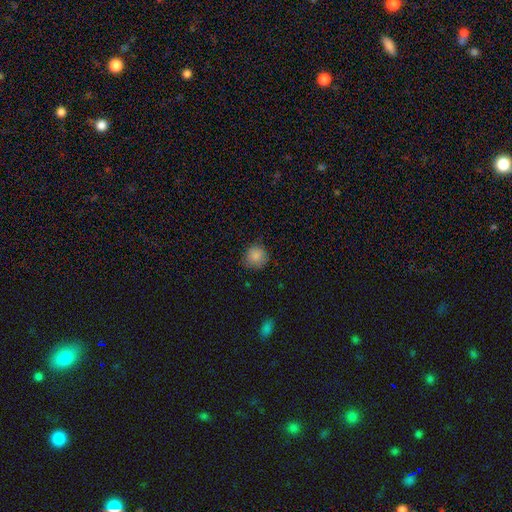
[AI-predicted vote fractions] Smooth or featured? Predicted: smooth (p=0.86). How rounded? Predicted: round (p=0.89). Merging? Predicted: none (p=0.81).